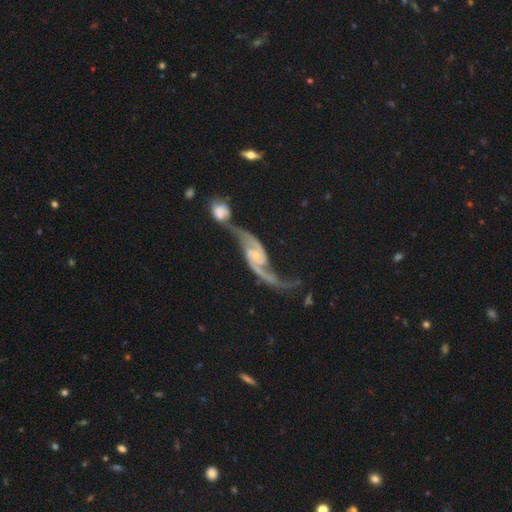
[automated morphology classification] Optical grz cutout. It shows a featured or disk galaxy (91%) with no bar (52%), 2 (92%) loose (68%) spiral arms (97%) and a small central bulge (68%). Merging: merger (57%).